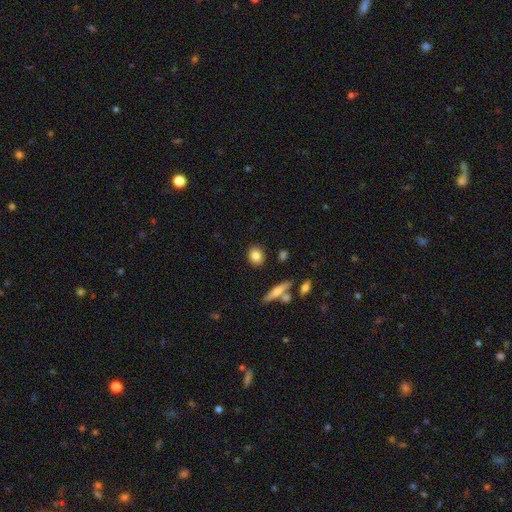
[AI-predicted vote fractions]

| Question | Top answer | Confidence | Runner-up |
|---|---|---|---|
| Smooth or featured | smooth | 82% | featured or disk (10%) |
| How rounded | round | 69% | in between (28%) |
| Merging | none | 86% | minor disturbance (8%) |